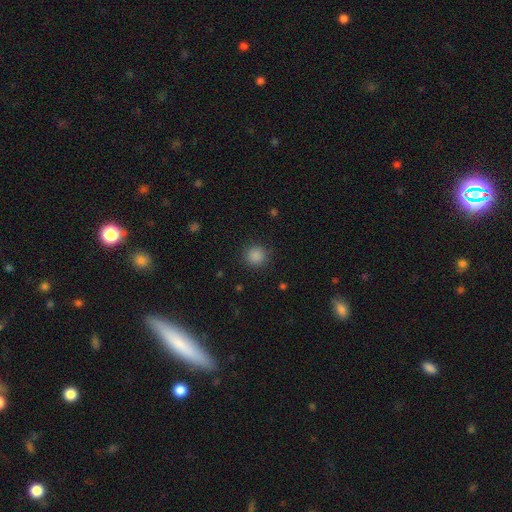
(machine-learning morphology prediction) Smooth or featured: smooth — 86% (star or artifact — 11%)
How rounded: round — 93% (in between — 6%)
Merging: none — 90% (minor disturbance — 7%)